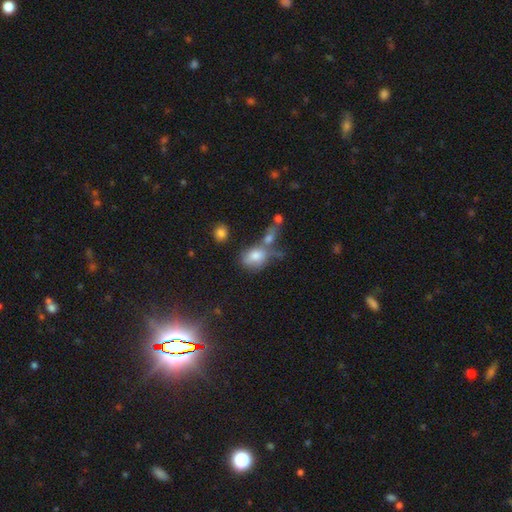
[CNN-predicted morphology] A smooth galaxy with no disk features (67%) that is in between round and cigar-shaped (67%). Merging: merger (38%).